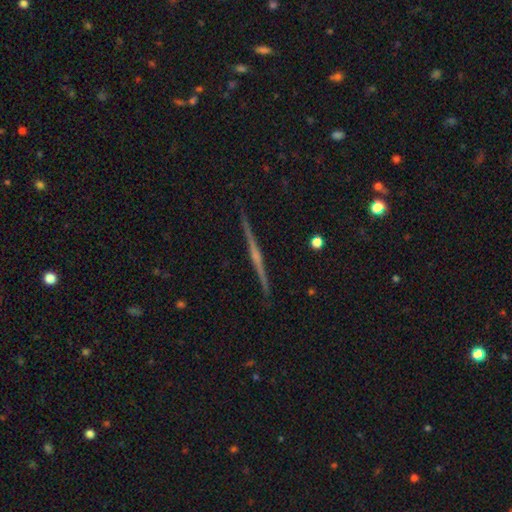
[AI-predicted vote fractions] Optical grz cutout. It shows a featured or disk galaxy (82%) viewed edge-on (99%) with a rounded central bulge (62%). Merging: none (92%).